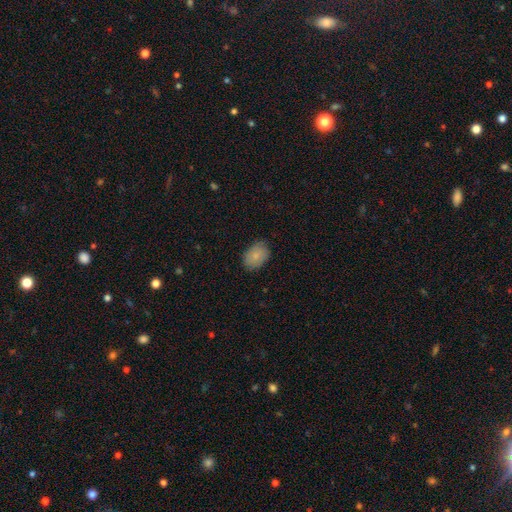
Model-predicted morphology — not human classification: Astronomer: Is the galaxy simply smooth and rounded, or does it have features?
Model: smooth — 82%.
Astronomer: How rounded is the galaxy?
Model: in between — 83%.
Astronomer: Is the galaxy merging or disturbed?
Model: none — 78%.